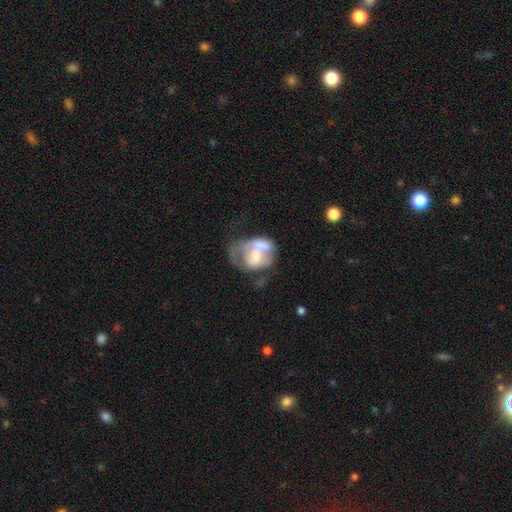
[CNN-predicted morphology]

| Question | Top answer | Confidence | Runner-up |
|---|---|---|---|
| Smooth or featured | featured or disk | 51% | smooth (41%) |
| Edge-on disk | no | 97% | yes (3%) |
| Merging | major disturbance | 33% | merger (32%) |